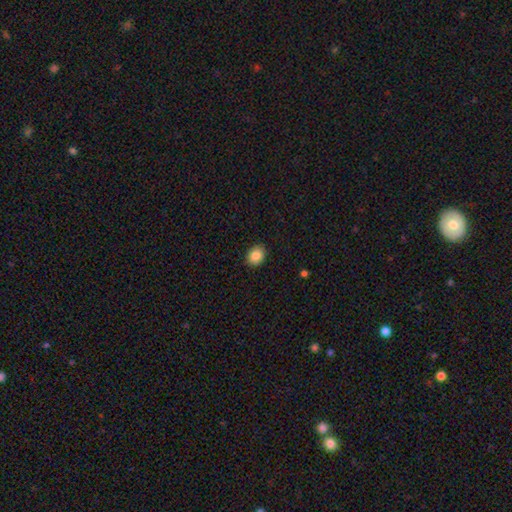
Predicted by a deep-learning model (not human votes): Morphology: type=smooth (86%); roundness=round (51%); merging=none (89%).